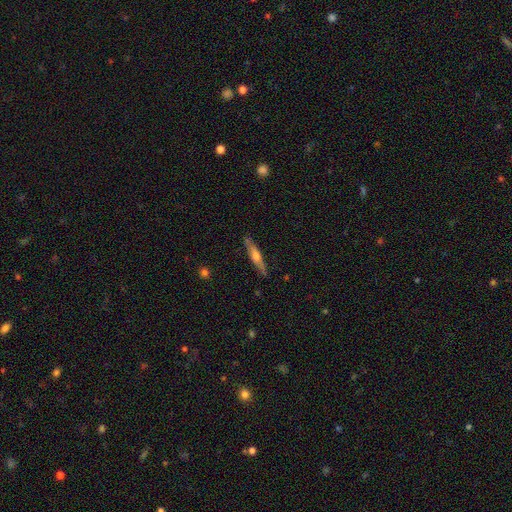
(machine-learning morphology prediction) Smooth or featured? featured or disk (57%)
Edge-on disk? yes (93%)
Edge-on bulge? rounded (83%)
Merging? none (86%)